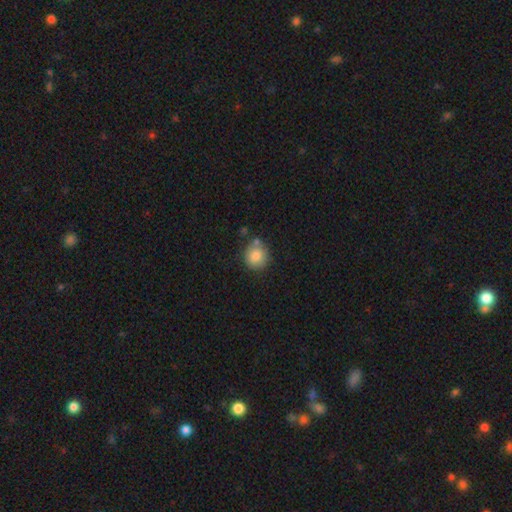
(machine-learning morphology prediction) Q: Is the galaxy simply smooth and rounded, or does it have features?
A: smooth — 83%.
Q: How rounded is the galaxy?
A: round — 87%.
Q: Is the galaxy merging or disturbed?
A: none — 67%.